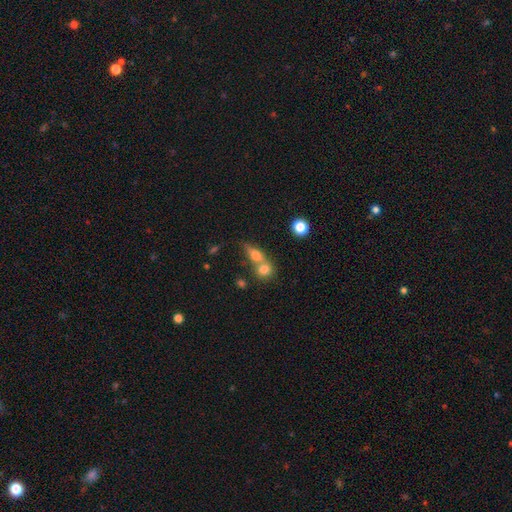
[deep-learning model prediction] A smooth galaxy with no disk features (69%) that is in between round and cigar-shaped (46%).

Vote fractions:
- Smooth or featured? smooth: 69% / featured or disk: 20% / star or artifact: 11%
- How rounded? in between: 46% / round: 41% / cigar-shaped: 14%
- Merging? merger: 57% / none: 31% / minor disturbance: 7% / major disturbance: 4%